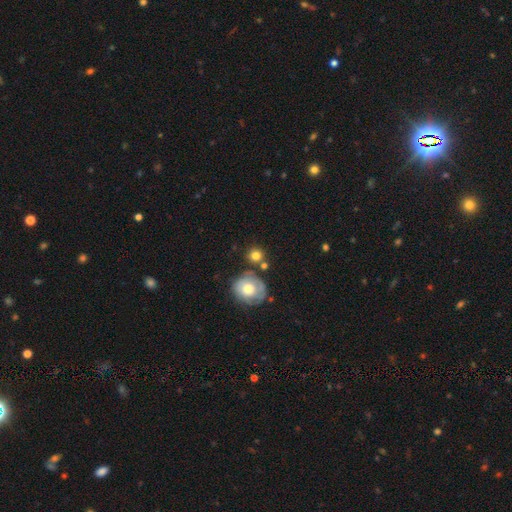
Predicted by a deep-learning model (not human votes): Smooth or featured? smooth (78%)
How rounded? round (89%)
Merging? none (70%)